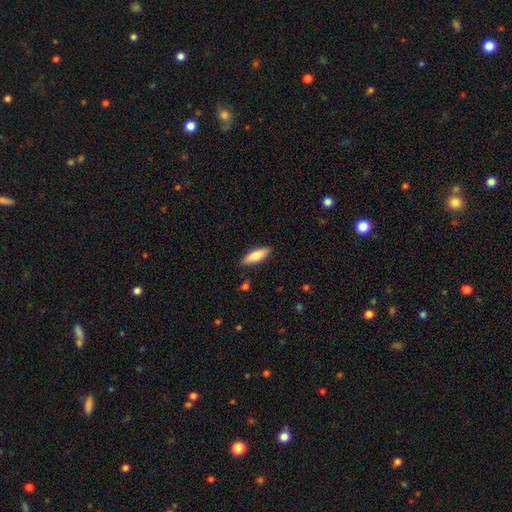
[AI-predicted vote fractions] Smooth or featured?
  - smooth: 77% *
  - featured or disk: 17%
  - star or artifact: 6%
How rounded?
  - in between: 56% *
  - cigar-shaped: 42%
  - round: 2%
Merging?
  - none: 87% *
  - minor disturbance: 10%
  - major disturbance: 2%
  - merger: 1%